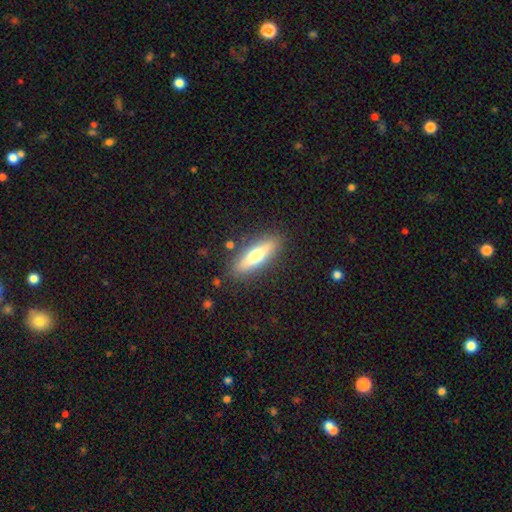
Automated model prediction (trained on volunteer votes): The model was most divided on "smooth or featured": smooth: 53%, featured or disk: 40%, star or artifact: 7%. More confident: merging — none (86%); how rounded — cigar-shaped (65%).